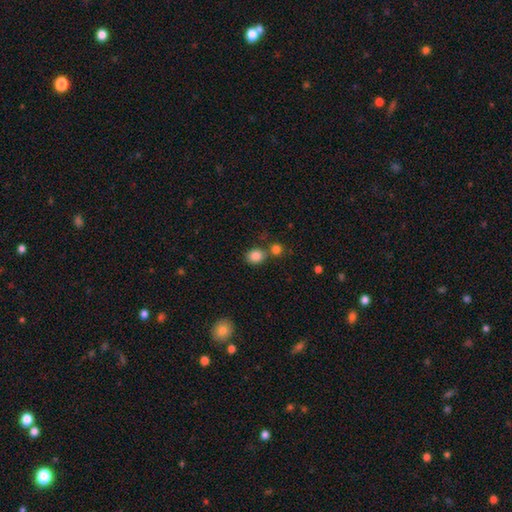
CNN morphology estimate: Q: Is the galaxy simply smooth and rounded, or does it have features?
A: smooth — 85%.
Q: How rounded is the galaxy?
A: round — 59%.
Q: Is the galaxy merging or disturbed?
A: none — 64%.